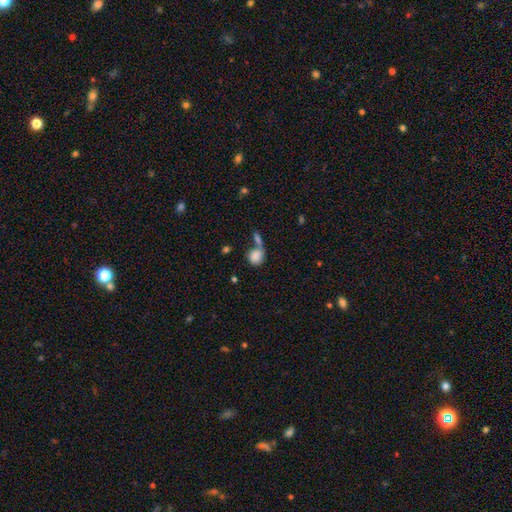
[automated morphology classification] Smooth or featured: smooth — 84% (featured or disk — 9%)
How rounded: round — 70% (in between — 28%)
Merging: merger — 43% (none — 35%)